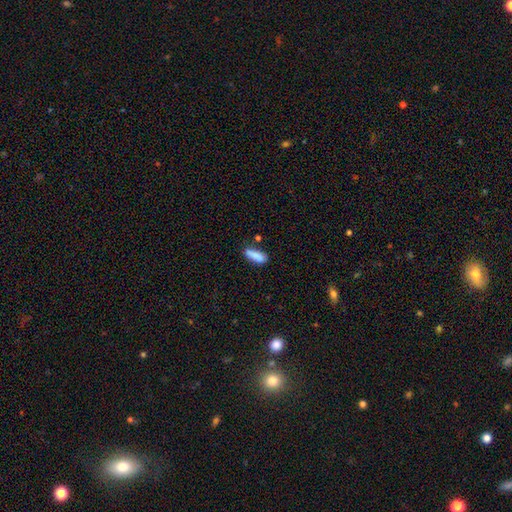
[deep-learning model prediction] This is clearly a smooth galaxy (84%). How rounded: possibly cigar-shaped (49%, tied with in between). Merging: likely none (66%).